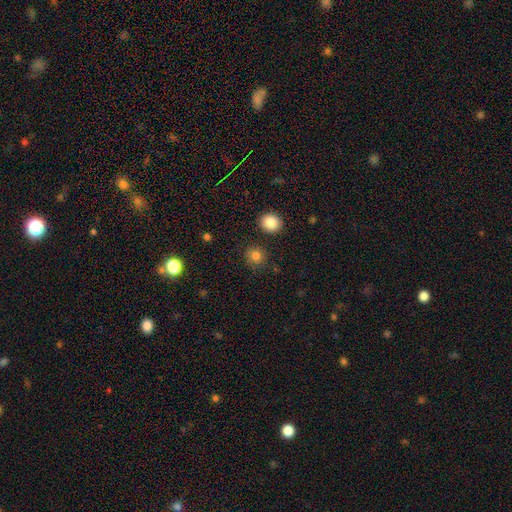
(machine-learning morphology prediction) Smooth or featured? smooth (82%)
How rounded? round (88%)
Merging? none (86%)